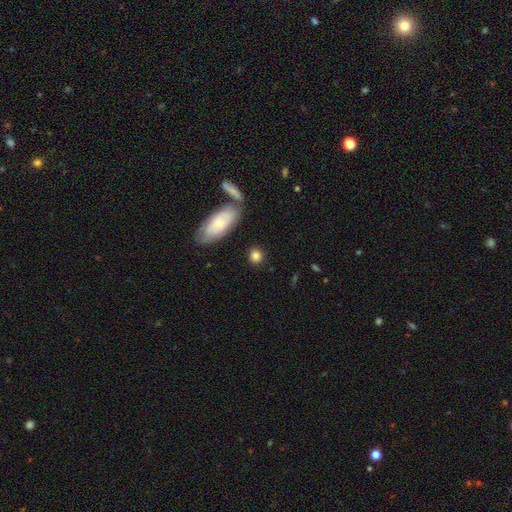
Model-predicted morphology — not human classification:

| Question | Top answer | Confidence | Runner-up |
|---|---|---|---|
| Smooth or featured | smooth | 79% | featured or disk (13%) |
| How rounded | round | 72% | in between (24%) |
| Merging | none | 80% | minor disturbance (11%) |